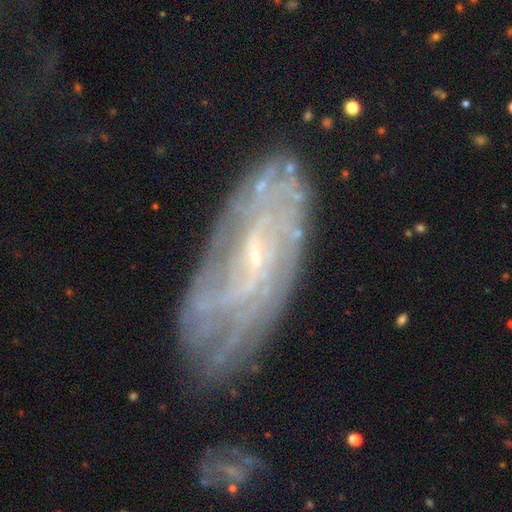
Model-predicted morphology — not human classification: smooth_or_featured: featured or disk (p=0.77) [alt: smooth p=0.15]
disk_edge_on: no (p=0.89) [alt: yes p=0.11]
bar: weak (p=0.44) [tied with: no p=0.44]
has_spiral_arms: yes (p=0.84) [alt: no p=0.16]
spiral_winding: tight (p=0.58) [alt: medium p=0.30]
spiral_arm_count: can't tell (p=0.59) [alt: 2 p=0.13]
bulge_size: small (p=0.75) [alt: moderate p=0.14]
merging: none (p=0.70) [alt: minor disturbance p=0.18]